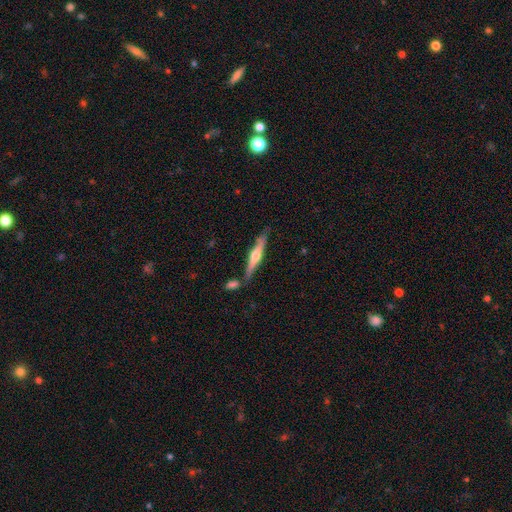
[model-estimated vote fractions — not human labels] smooth-or-featured: featured or disk: 61% | smooth: 34% | star or artifact: 6%
  disk-edge-on: yes: 95% | no: 5%
    edge-on-bulge: rounded: 86% | none: 8% | boxy: 7%
  merging: none: 73% | minor disturbance: 14% | merger: 10% | major disturbance: 3%